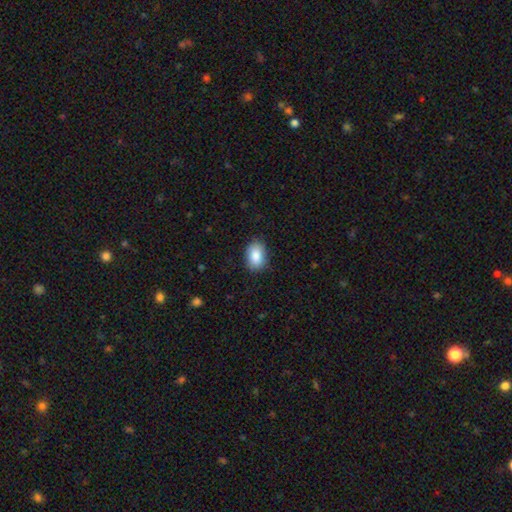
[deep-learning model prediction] Smooth or featured?
  - smooth: 88% *
  - star or artifact: 7%
  - featured or disk: 5%
How rounded?
  - in between: 84% *
  - round: 15%
  - cigar-shaped: 1%
Merging?
  - none: 84% *
  - minor disturbance: 12%
  - major disturbance: 3%
  - merger: 1%